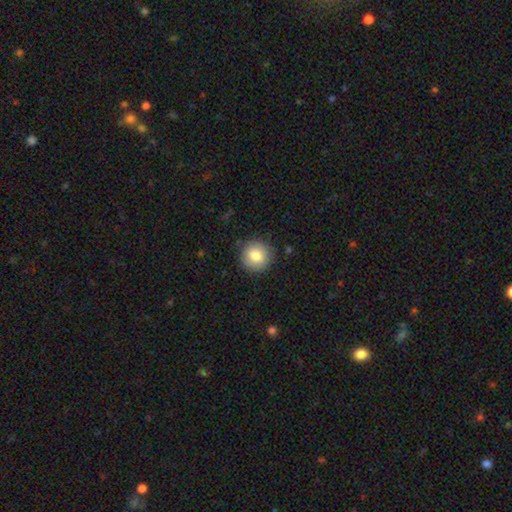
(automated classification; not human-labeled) This appears to be a smooth galaxy with no disk features (81%) that is round (92%). Merging: none (87%).